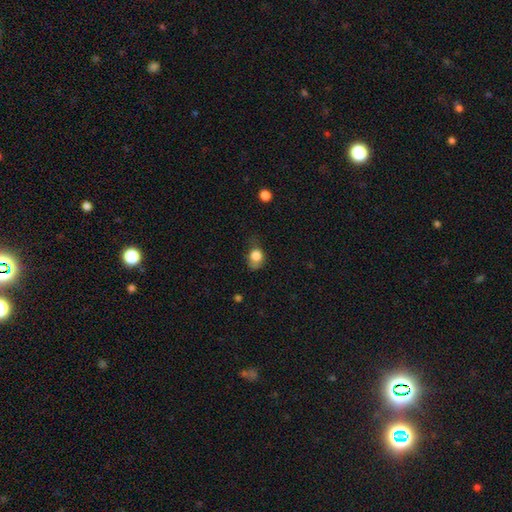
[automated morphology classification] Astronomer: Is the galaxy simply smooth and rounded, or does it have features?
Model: smooth — 80%.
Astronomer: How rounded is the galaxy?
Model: round — 51% (runner-up: in between, 47%).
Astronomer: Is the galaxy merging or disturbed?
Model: minor disturbance — 38%, tied with none at 38%.